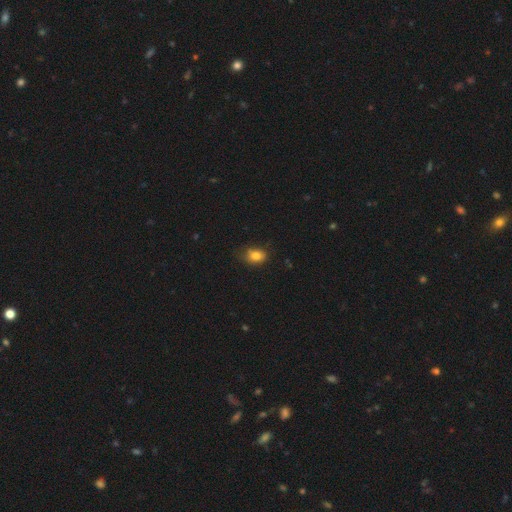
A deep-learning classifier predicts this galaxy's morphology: This appears to be a smooth galaxy with no disk features (82%) that is in between round and cigar-shaped (71%). Merging: none (68%).